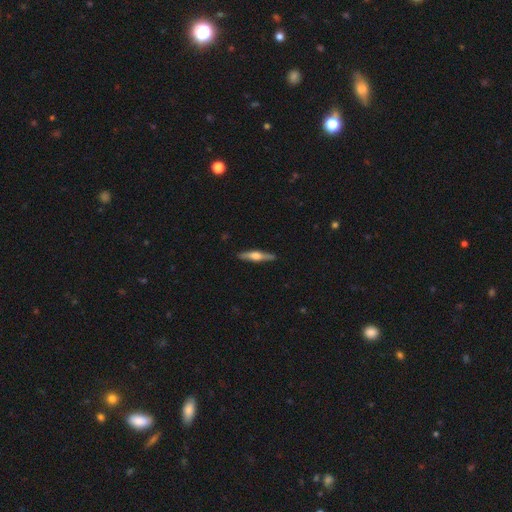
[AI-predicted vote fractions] A featured or disk galaxy (66%) viewed edge-on (97%) with a rounded central bulge (91%). Merging: none (91%).